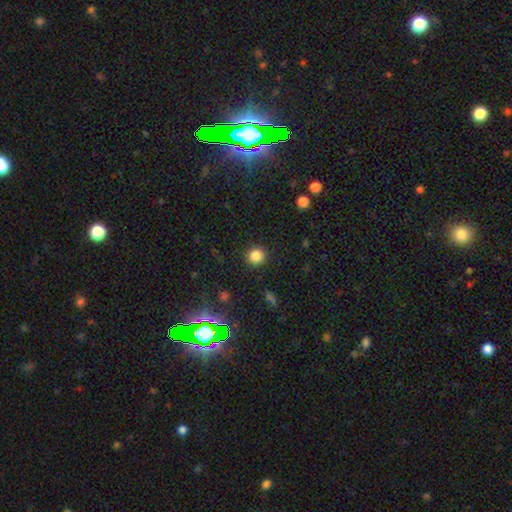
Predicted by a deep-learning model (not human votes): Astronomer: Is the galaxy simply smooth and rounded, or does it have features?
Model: smooth — 83%.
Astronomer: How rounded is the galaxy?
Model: round — 92%.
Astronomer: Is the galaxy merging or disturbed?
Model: none — 91%.